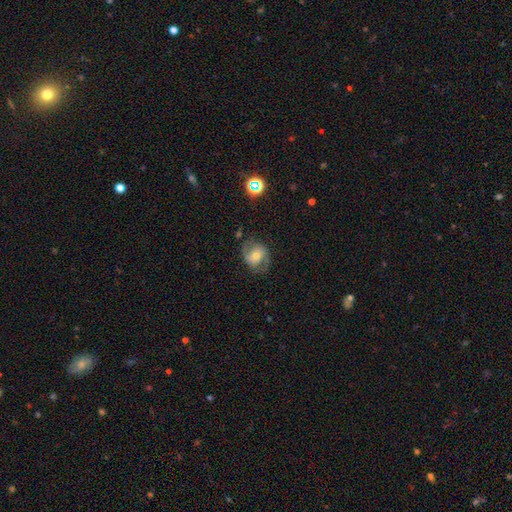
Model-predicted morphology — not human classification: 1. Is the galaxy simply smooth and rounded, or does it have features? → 70% featured or disk, 22% smooth, 9% star or artifact.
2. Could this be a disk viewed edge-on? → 97% no, 3% yes.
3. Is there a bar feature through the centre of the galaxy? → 53% no, 33% weak, 14% strong.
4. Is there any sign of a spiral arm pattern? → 89% yes, 11% no.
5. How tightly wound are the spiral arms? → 51% medium, 24% tight, 24% loose.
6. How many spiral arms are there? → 88% 2, 6% can't tell, 2% 1, 1% 3, 1% 4, 1% more than 4.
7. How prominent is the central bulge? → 54% moderate, 38% small, 5% large, 2% none, 1% dominant.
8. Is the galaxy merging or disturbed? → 72% none, 17% minor disturbance, 10% major disturbance, 2% merger.